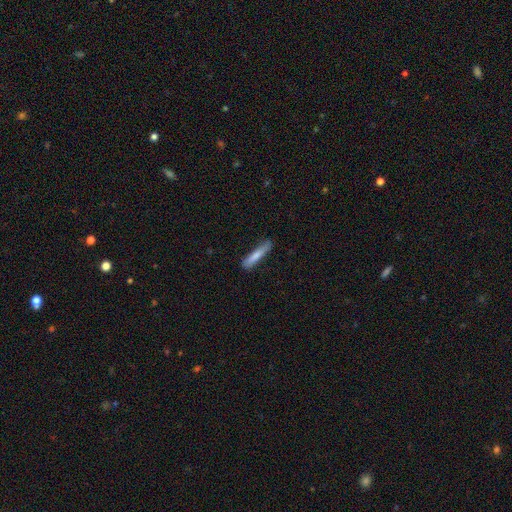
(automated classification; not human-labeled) A smooth galaxy with no disk features (75%) that is cigar-shaped (91%).

Vote fractions:
- Smooth or featured? smooth: 75% / featured or disk: 19% / star or artifact: 6%
- How rounded? cigar-shaped: 91% / in between: 8% / round: 1%
- Merging? none: 79% / minor disturbance: 16% / major disturbance: 3% / merger: 2%